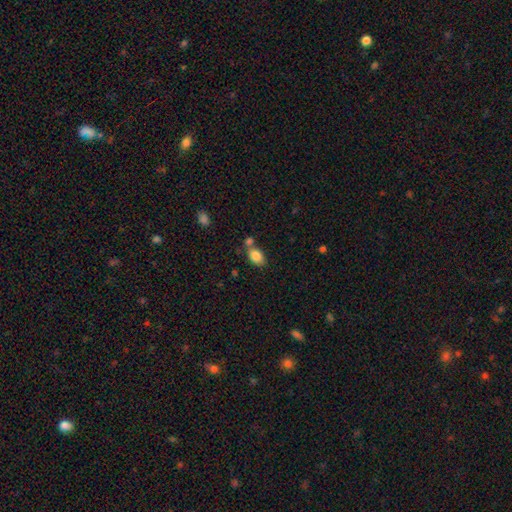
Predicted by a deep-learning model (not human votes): Smooth or featured? Predicted: smooth (p=0.84). How rounded? Predicted: in between (p=0.84). Merging? Predicted: none (p=0.54).